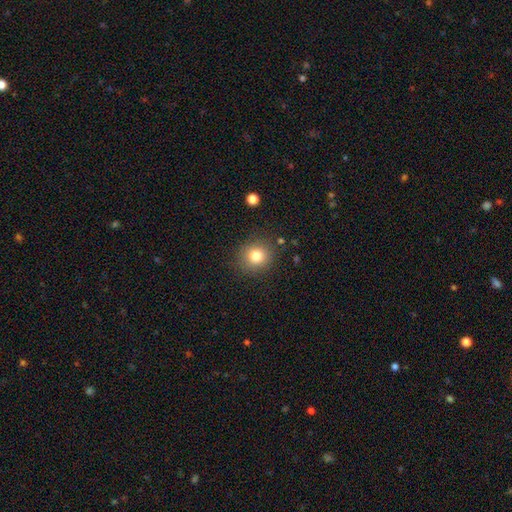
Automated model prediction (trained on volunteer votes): Smooth or featured: smooth — 80% (star or artifact — 12%)
How rounded: round — 86% (in between — 13%)
Merging: none — 86% (minor disturbance — 9%)